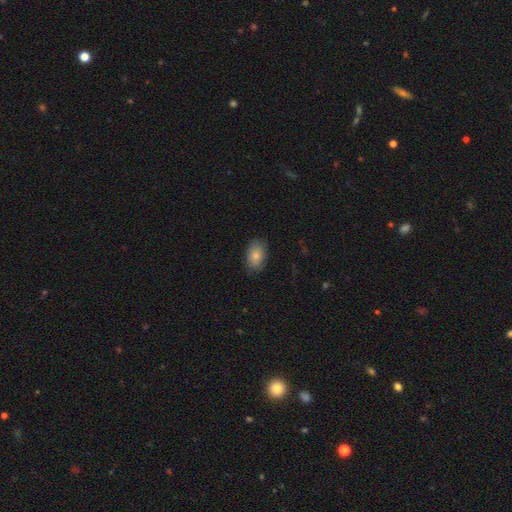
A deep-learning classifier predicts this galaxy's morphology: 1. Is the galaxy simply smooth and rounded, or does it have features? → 82% smooth, 10% featured or disk, 8% star or artifact.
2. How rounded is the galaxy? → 90% in between, 9% round, 1% cigar-shaped.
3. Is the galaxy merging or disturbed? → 84% none, 13% minor disturbance, 3% major disturbance, 1% merger.